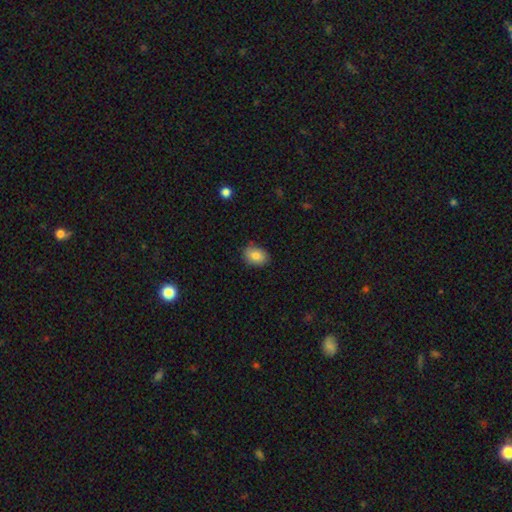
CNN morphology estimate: The model was most divided on "how rounded": in between: 74%, round: 25%, cigar-shaped: 1%. More confident: smooth or featured — smooth (83%); merging — none (83%).